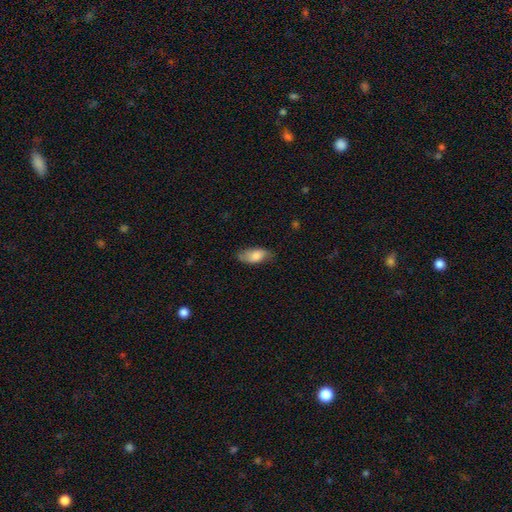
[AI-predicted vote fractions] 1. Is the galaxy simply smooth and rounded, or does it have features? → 81% smooth, 13% featured or disk, 6% star or artifact.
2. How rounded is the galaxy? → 89% in between, 9% cigar-shaped, 3% round.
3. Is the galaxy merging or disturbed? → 71% none, 23% minor disturbance, 5% major disturbance, 1% merger.